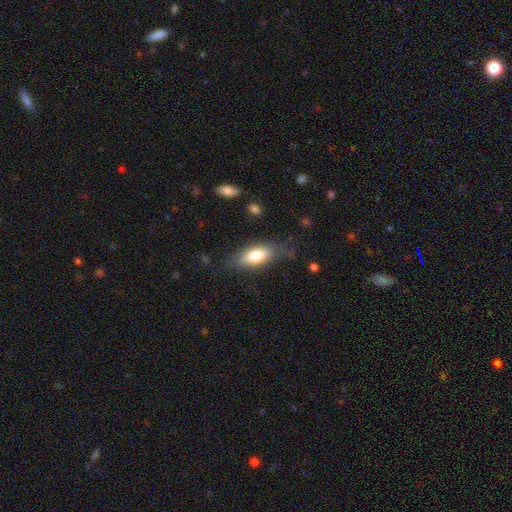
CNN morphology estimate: Q: Smooth or featured?
A: smooth (72%); runner-up: featured or disk (22%)
Q: How rounded?
A: in between (77%); runner-up: cigar-shaped (20%)
Q: Merging?
A: none (68%); runner-up: minor disturbance (22%)